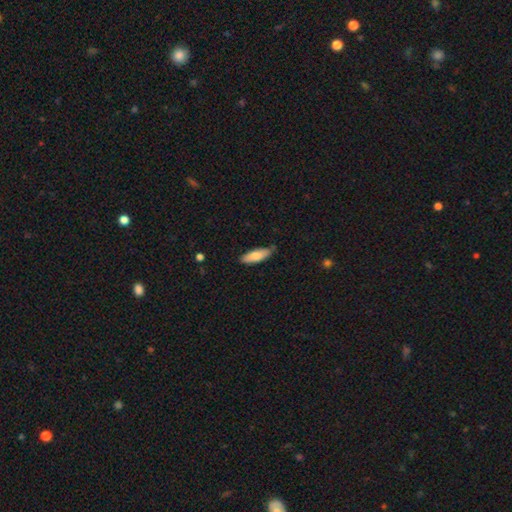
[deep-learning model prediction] Morphology: type=smooth (76%); roundness=in between (60%); merging=none (76%).